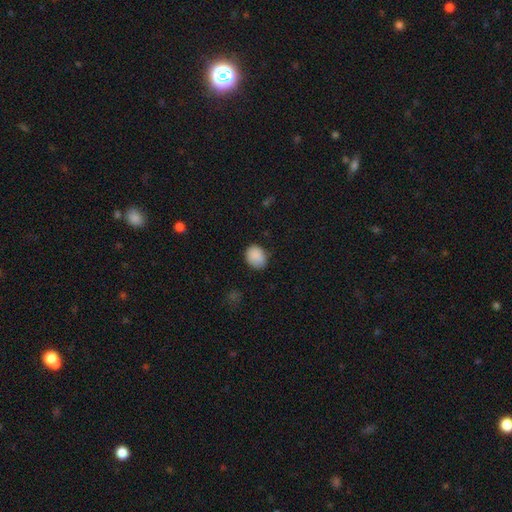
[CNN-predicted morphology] The model was most divided on "how rounded": round: 57%, in between: 42%, cigar-shaped: 1%. More confident: smooth or featured — smooth (89%); merging — none (77%).